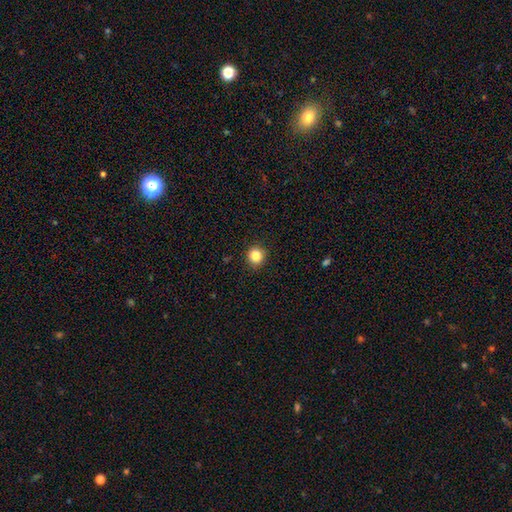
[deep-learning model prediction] Morphology: type=smooth (84%); roundness=round (89%); merging=none (91%).